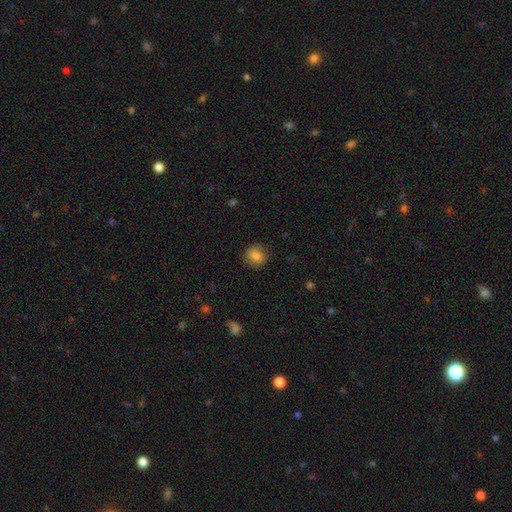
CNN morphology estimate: Smooth or featured? smooth (81%)
How rounded? round (84%)
Merging? none (87%)